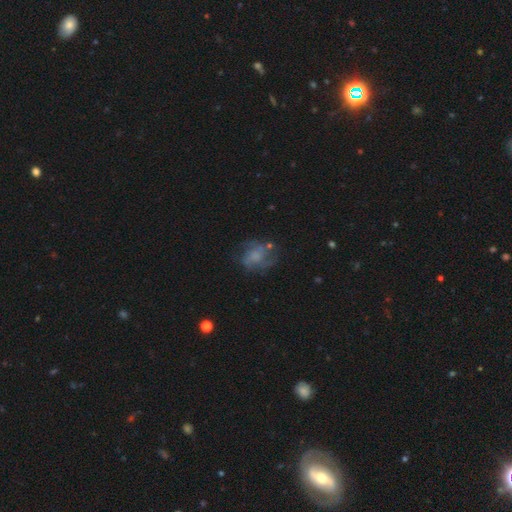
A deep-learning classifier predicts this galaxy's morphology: This appears to be a featured or disk galaxy (61%) with no bar (75%), spiral arms (78%) and no central bulge (41%). Merging: none (59%).